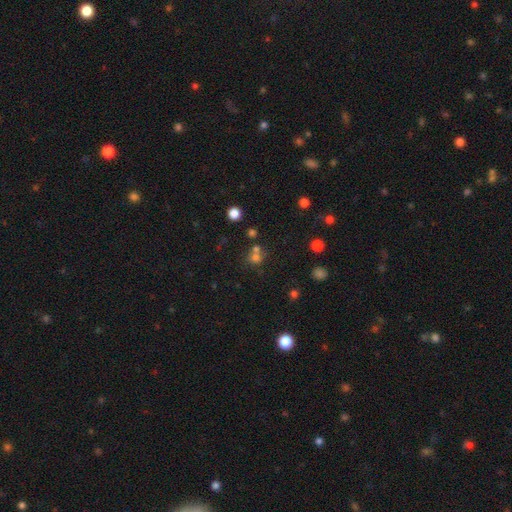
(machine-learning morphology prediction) smooth-or-featured: smooth: 66% | star or artifact: 23% | featured or disk: 12%
  how-rounded: round: 83% | in between: 16% | cigar-shaped: 1%
  merging: none: 49% | merger: 40% | minor disturbance: 8% | major disturbance: 4%